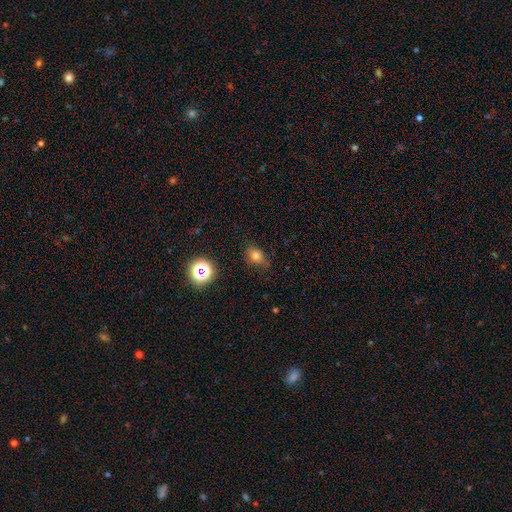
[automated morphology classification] smooth 74%, star or artifact 17%, featured or disk 8%. Down the decision tree: how rounded — in between (60%); merging — none (70%).